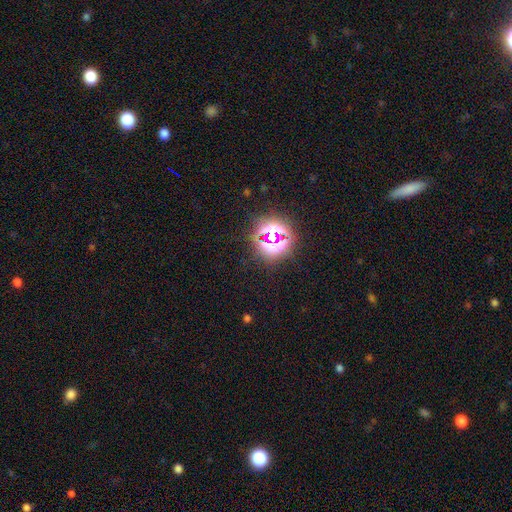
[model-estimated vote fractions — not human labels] The model was most divided on "smooth or featured": star or artifact: 75%, smooth: 16%, featured or disk: 9%.